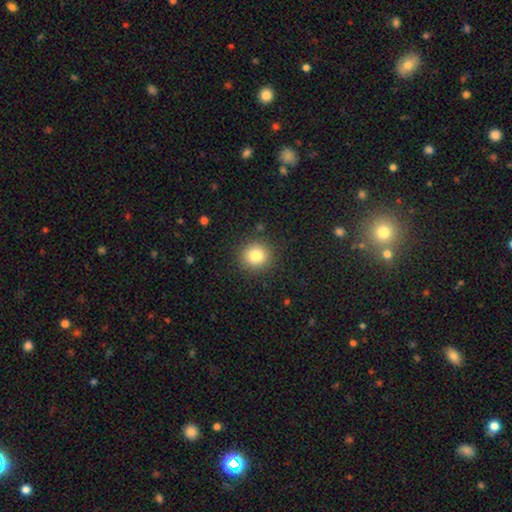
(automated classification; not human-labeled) smooth 82%, star or artifact 11%, featured or disk 7%. Down the decision tree: how rounded — round (90%); merging — none (89%).